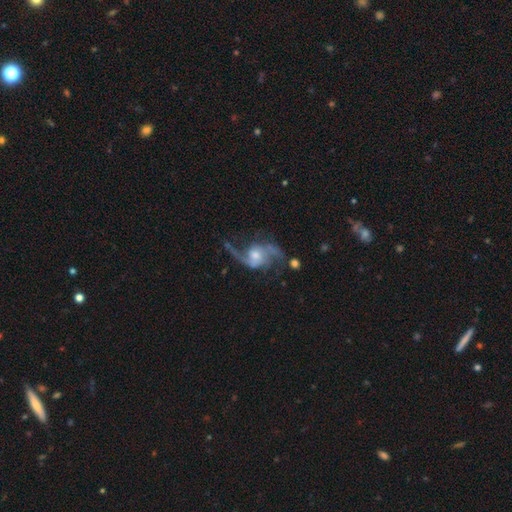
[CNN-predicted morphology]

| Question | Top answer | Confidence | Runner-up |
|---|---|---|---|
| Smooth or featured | featured or disk | 86% | smooth (8%) |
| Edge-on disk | no | 97% | yes (3%) |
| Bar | no | 61% | weak (32%) |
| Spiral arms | yes | 96% | no (4%) |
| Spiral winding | loose | 67% | medium (28%) |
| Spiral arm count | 2 | 87% | 1 (4%) |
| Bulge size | moderate | 50% | small (27%) |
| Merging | none | 54% | major disturbance (22%) |